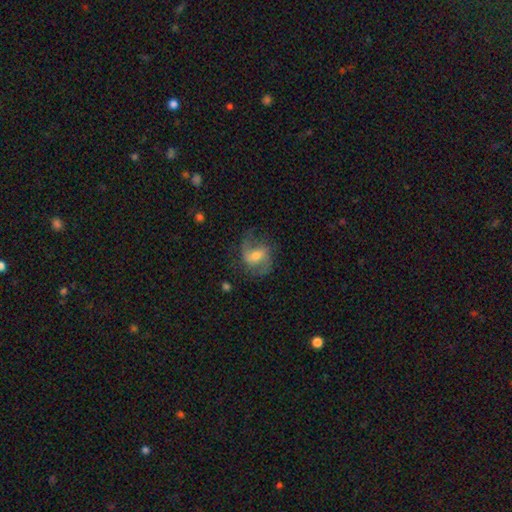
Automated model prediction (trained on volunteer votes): Overall: featured or disk (70%). Edge-on disk: no (97%). Bar: weak (48%; no 27%). Spiral arms: yes (90%). Spiral arm count: 2 (82%). Spiral winding: medium (44%; loose 43%). Bulge size: moderate (58%; small 31%). Merging: none (65%).